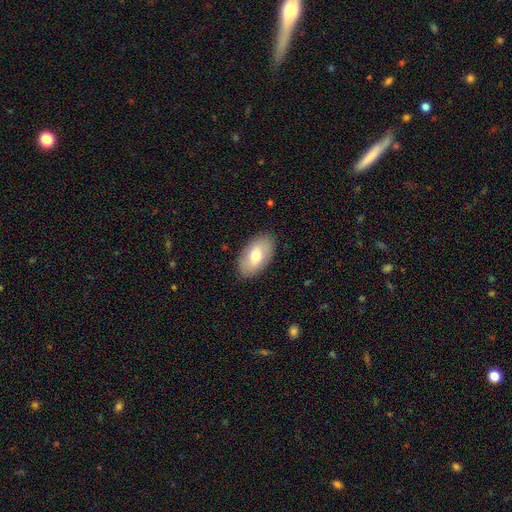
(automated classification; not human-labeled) The model was most divided on "smooth or featured": smooth: 68%, featured or disk: 25%, star or artifact: 6%. More confident: how rounded — in between (94%); merging — none (86%).